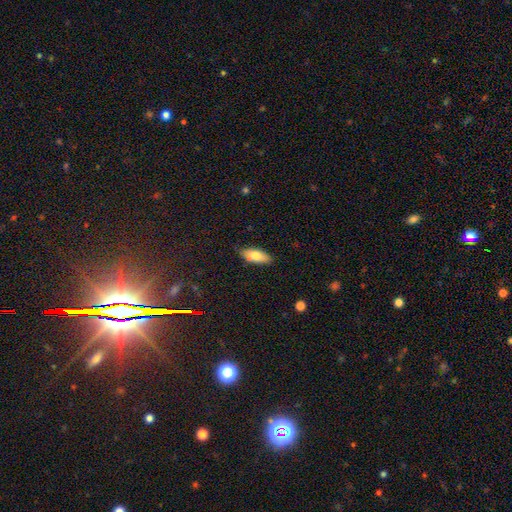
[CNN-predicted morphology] A smooth galaxy with no disk features (73%) that is in between round and cigar-shaped (81%). Merging: none (78%).